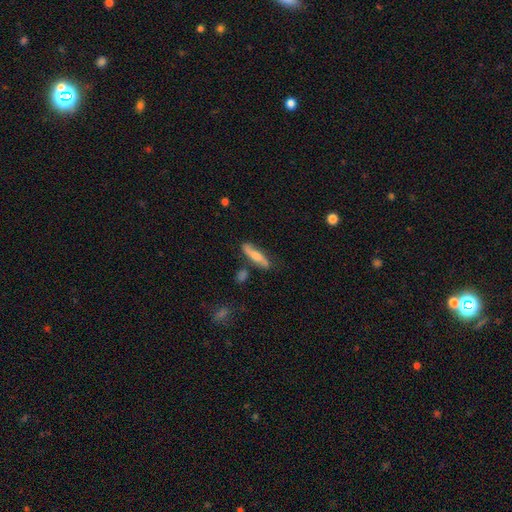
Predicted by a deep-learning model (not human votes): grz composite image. It shows a smooth galaxy with no disk features (50%) that is cigar-shaped (66%). Merging: none (73%).